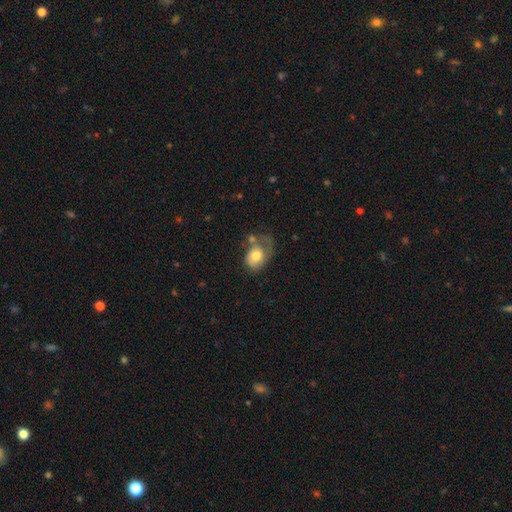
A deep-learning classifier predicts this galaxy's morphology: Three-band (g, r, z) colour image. It shows a smooth galaxy with no disk features (67%) that is in between round and cigar-shaped (66%). Merging: major disturbance (33%).